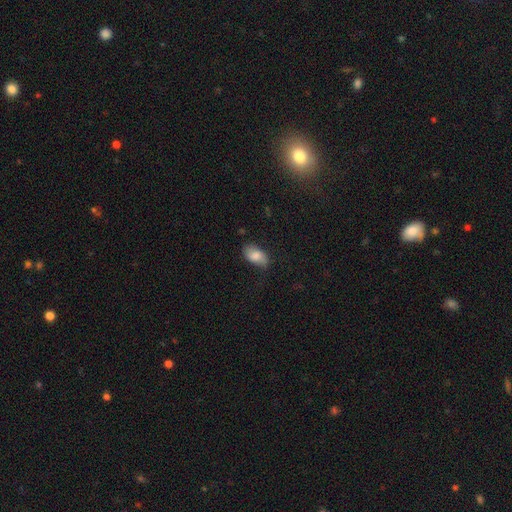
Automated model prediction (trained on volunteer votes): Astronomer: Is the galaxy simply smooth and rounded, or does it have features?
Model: smooth — 77%.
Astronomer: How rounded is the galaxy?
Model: in between — 92%.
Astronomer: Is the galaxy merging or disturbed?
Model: none — 66%.